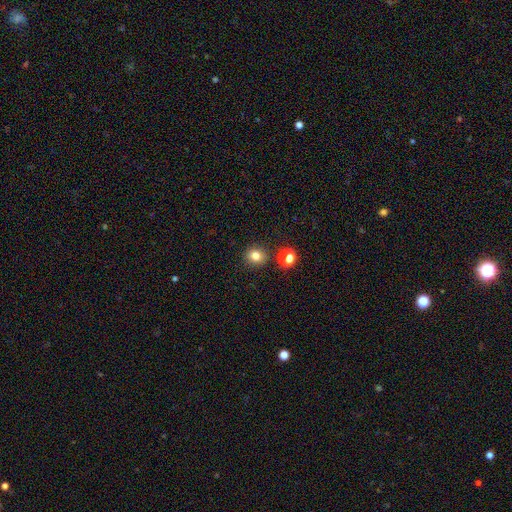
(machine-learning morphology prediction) Smooth or featured: smooth — 80% (star or artifact — 14%)
How rounded: round — 79% (in between — 20%)
Merging: none — 85% (minor disturbance — 8%)